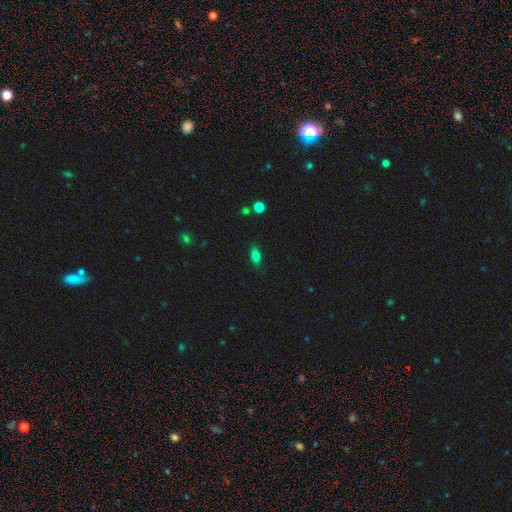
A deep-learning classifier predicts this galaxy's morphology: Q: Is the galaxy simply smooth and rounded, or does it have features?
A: smooth — 73%.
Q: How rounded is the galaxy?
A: in between — 79%.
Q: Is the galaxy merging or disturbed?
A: none — 82%.